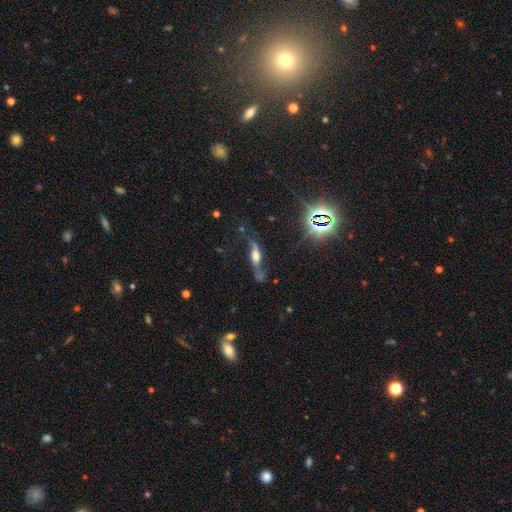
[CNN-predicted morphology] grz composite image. It shows a featured or disk galaxy (62%). Merging: none (48%).